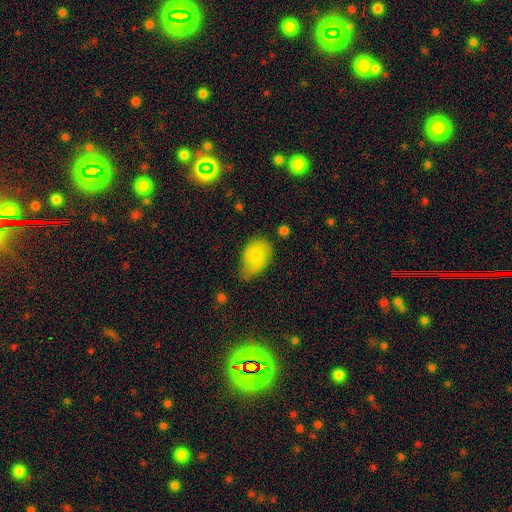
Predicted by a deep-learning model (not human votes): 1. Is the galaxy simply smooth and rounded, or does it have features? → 75% smooth, 17% featured or disk, 8% star or artifact.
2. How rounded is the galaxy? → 87% in between, 12% round, 1% cigar-shaped.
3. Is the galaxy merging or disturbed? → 44% minor disturbance, 34% none, 19% major disturbance, 4% merger.